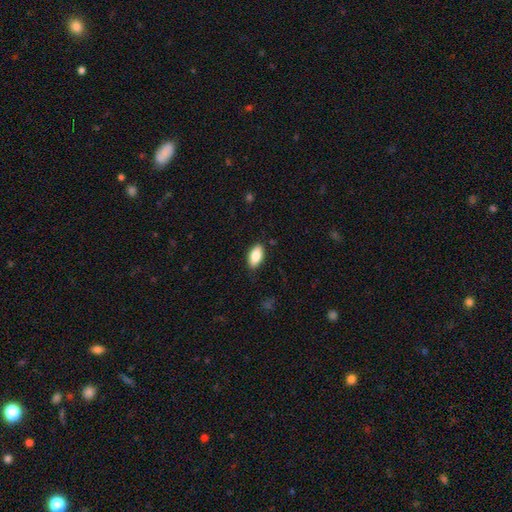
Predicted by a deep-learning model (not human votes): This appears to be a smooth galaxy with no disk features (83%) that is in between round and cigar-shaped (92%). Merging: none (86%).